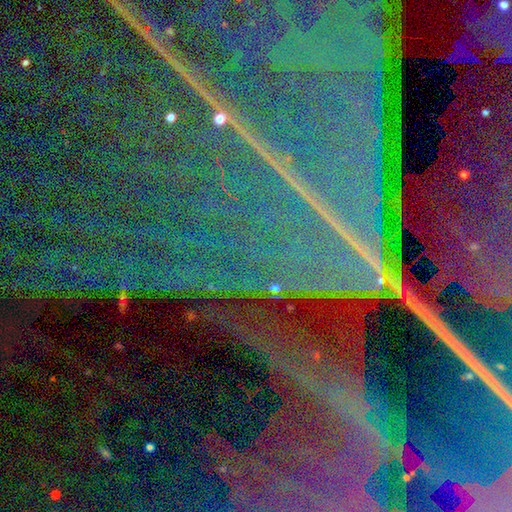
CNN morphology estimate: The model was most divided on "smooth or featured": star or artifact: 90%, featured or disk: 6%, smooth: 4%.